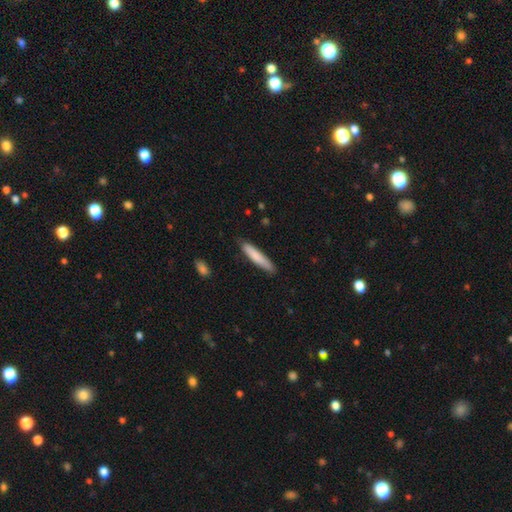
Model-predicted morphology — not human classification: smooth_or_featured: smooth (p=0.81) [alt: featured or disk p=0.14]
how_rounded: cigar-shaped (p=0.90) [alt: in between p=0.09]
merging: none (p=0.85) [alt: minor disturbance p=0.12]